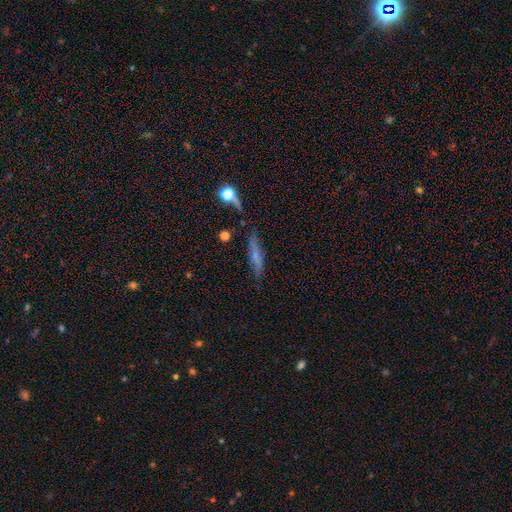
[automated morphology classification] This is possibly a smooth galaxy (48%). Merging: likely none (68%).